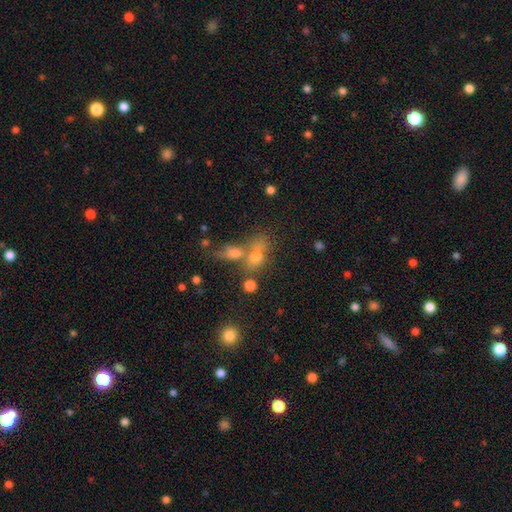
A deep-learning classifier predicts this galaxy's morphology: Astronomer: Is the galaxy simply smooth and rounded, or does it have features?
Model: smooth — 49% (runner-up: star or artifact, 33%).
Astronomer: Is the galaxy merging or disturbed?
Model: none — 46% (runner-up: merger, 35%).